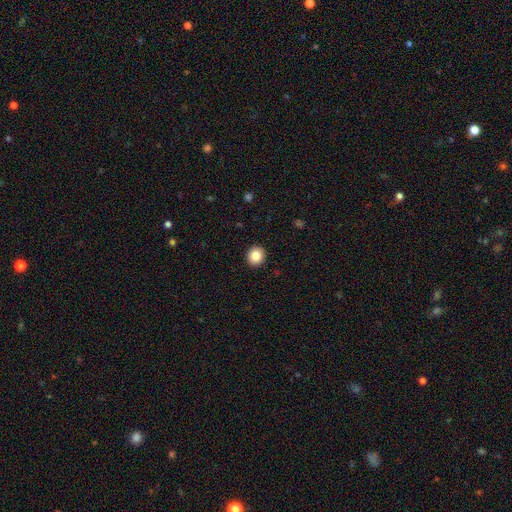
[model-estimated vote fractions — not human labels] This is clearly a smooth galaxy (86%). How rounded: clearly round (83%). Merging: clearly none (92%).